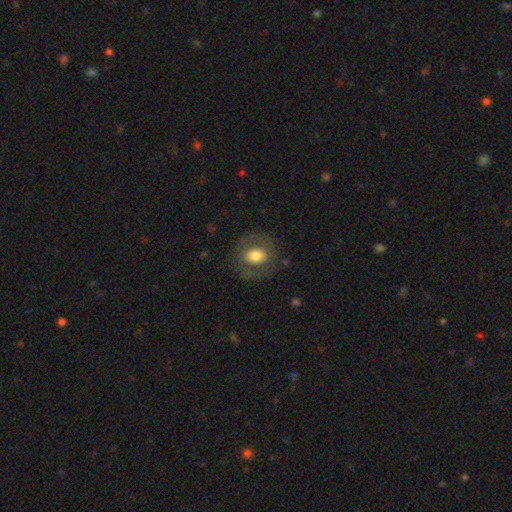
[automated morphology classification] smooth 61%, featured or disk 31%, star or artifact 8%. Down the decision tree: how rounded — round (68%); merging — none (78%).